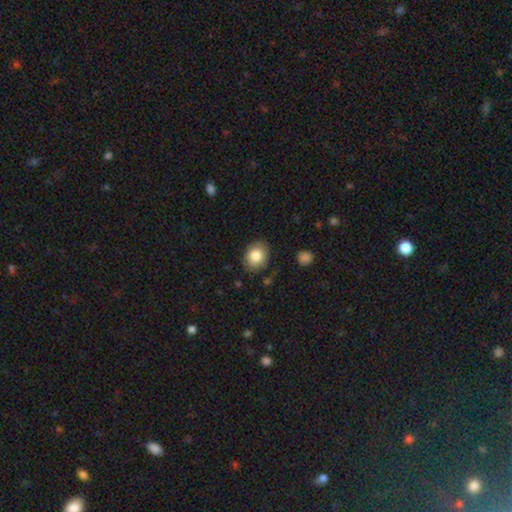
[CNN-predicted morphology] Overall: smooth (84%). How rounded: round (51%; in between 48%). Merging: none (85%).